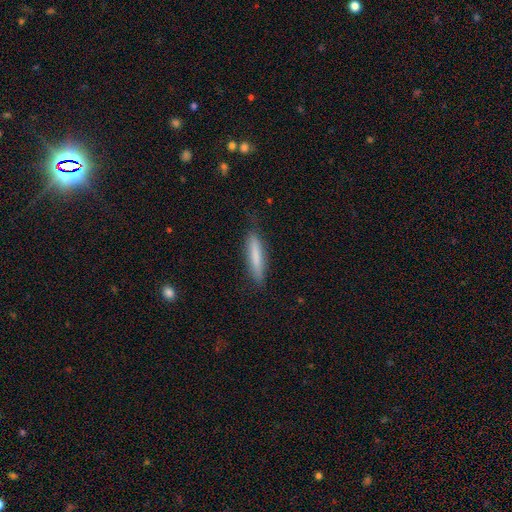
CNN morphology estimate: This is likely a smooth galaxy (73%). How rounded: clearly cigar-shaped (89%). Merging: clearly none (80%).